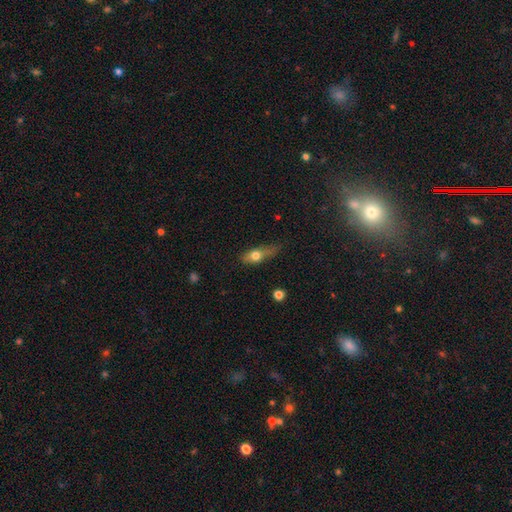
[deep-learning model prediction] The model was most divided on "merging": none: 48%, minor disturbance: 35%, major disturbance: 14%, merger: 3%. More confident: smooth or featured — smooth (63%); how rounded — in between (57%).